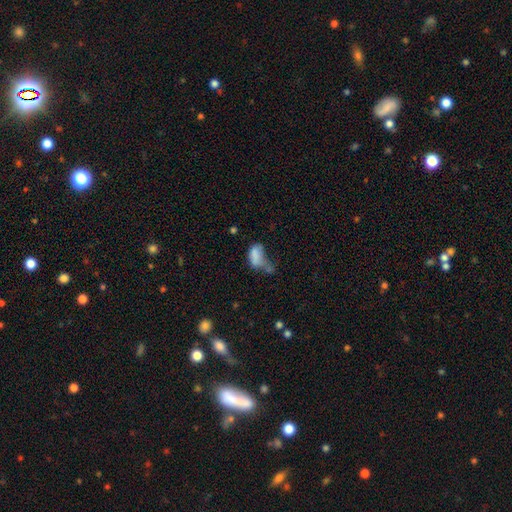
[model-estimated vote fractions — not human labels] Smooth or featured? smooth (73%)
How rounded? in between (90%)
Merging? major disturbance (37%)